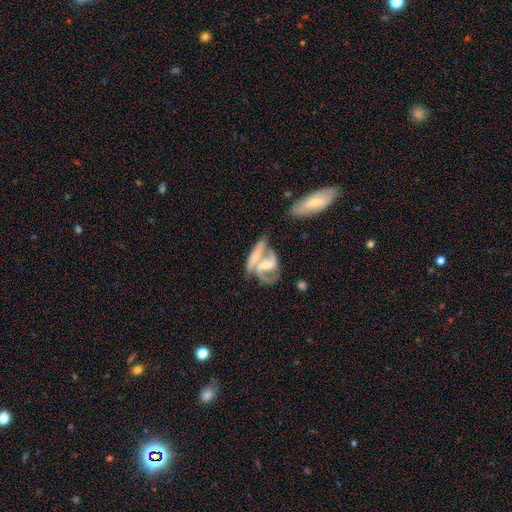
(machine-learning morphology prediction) A featured or disk galaxy (74%) with a weak bar (39%), 2 (70%) medium (47%) spiral arms (85%) and a small central bulge (37%).

Vote fractions:
- Smooth or featured? featured or disk: 74% / smooth: 19% / star or artifact: 7%
- Edge-on disk? no: 93% / yes: 7%
- Bar? weak: 39% / no: 34% / strong: 27%
- Spiral arms? yes: 85% / no: 15%
- Spiral winding? medium: 47% / loose: 29% / tight: 24%
- Spiral arm count? 2: 70% / can't tell: 11% / 1: 9% / 3: 6% / 4: 2% / more than 4: 2%
- Bulge size? small: 37% / moderate: 35% / none: 20% / large: 7% / dominant: 2%
- Merging? merger: 52% / none: 24% / major disturbance: 13% / minor disturbance: 11%